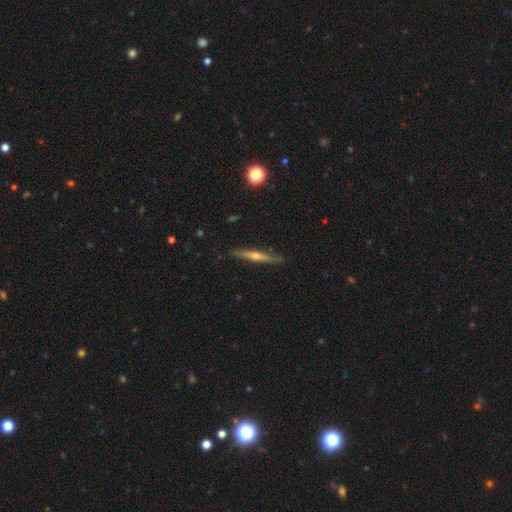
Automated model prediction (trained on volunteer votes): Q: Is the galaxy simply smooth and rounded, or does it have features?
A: featured or disk — 66%.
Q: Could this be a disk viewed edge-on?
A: yes — 97%.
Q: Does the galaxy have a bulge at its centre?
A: rounded — 83%.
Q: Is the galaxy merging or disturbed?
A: none — 88%.